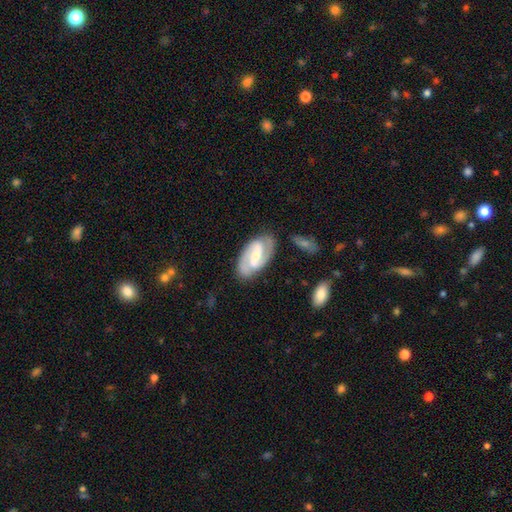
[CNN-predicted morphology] The model was most divided on "bar": strong: 43%, weak: 41%, no: 16%. Remaining: edge-on disk — no (97%); spiral arms — yes (96%); spiral arm count — 2 (90%); smooth or featured — featured or disk (84%); merging — none (80%); spiral winding — medium (52%); bulge size — small (49%).